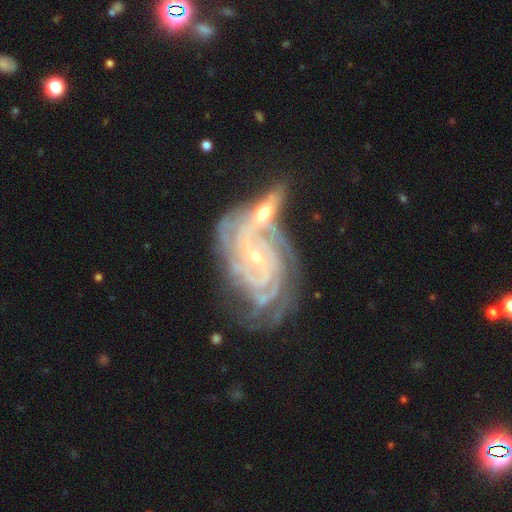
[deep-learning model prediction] Overall: featured or disk (91%). Edge-on disk: no (96%). Bar: no (56%; weak 31%). Spiral arms: yes (98%). Spiral arm count: can't tell (22%; 4 21%). Spiral winding: tight (75%). Bulge size: small (77%). Merging: merger (51%; none 27%).